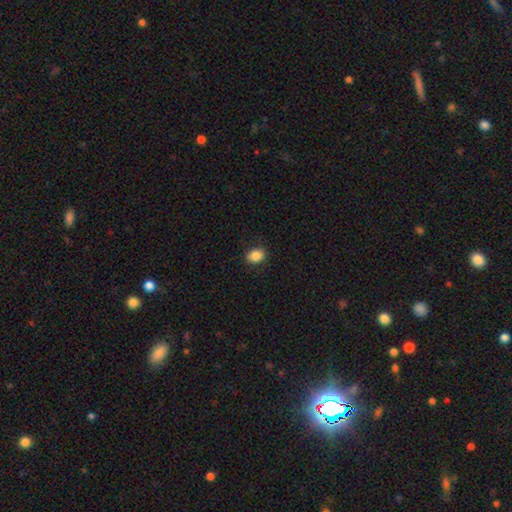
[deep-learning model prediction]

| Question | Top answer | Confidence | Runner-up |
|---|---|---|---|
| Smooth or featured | smooth | 87% | star or artifact (9%) |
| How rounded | in between | 62% | round (37%) |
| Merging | none | 87% | minor disturbance (10%) |